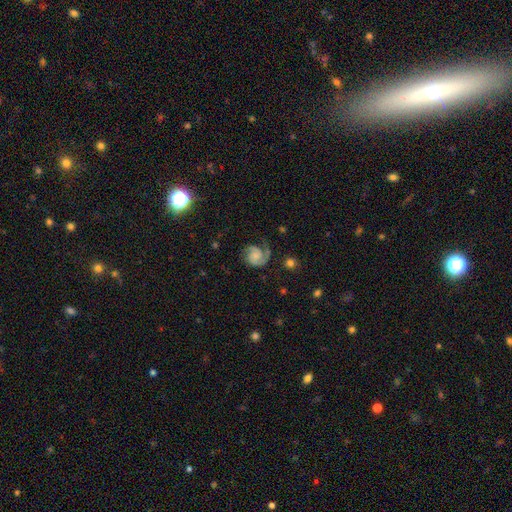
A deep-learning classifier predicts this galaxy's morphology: Q: Smooth or featured?
A: featured or disk (79%); runner-up: smooth (14%)
Q: Edge-on disk?
A: no (98%); runner-up: yes (2%)
Q: Bar?
A: no (69%); runner-up: weak (27%)
Q: Spiral arms?
A: yes (96%); runner-up: no (4%)
Q: Spiral winding?
A: medium (44%); runner-up: tight (40%)
Q: Spiral arm count?
A: 2 (72%); runner-up: 1 (16%)
Q: Bulge size?
A: small (40%); runner-up: none (29%)
Q: Merging?
A: none (65%); runner-up: minor disturbance (20%)